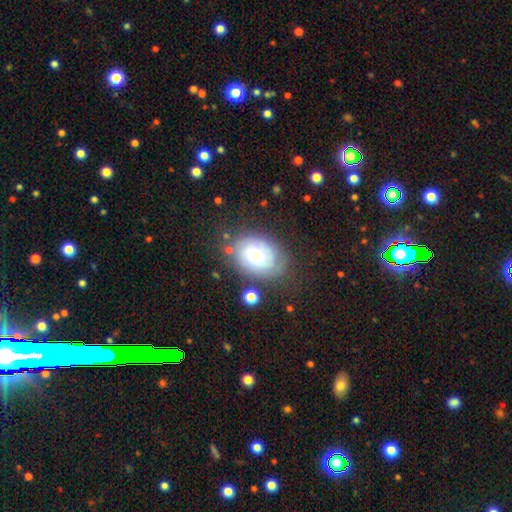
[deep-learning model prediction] The model was most divided on "smooth or featured" (2-way tie): featured or disk: 46%, smooth: 46%, star or artifact: 9%. More confident: merging — none (63%).